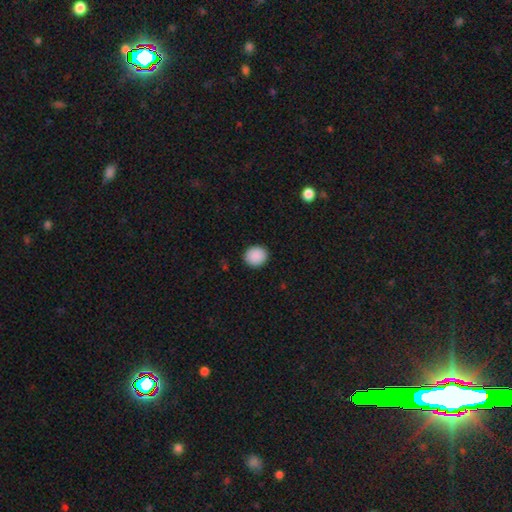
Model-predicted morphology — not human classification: Smooth or featured: smooth — 90% (star or artifact — 8%)
How rounded: round — 84% (in between — 15%)
Merging: none — 91% (minor disturbance — 6%)